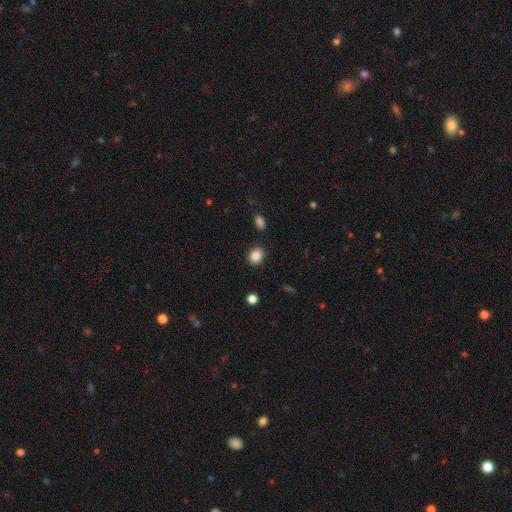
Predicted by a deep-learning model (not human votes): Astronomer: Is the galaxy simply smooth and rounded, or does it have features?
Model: smooth — 87%.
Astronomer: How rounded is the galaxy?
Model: round — 60% (runner-up: in between, 39%).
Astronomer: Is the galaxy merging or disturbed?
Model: none — 87%.